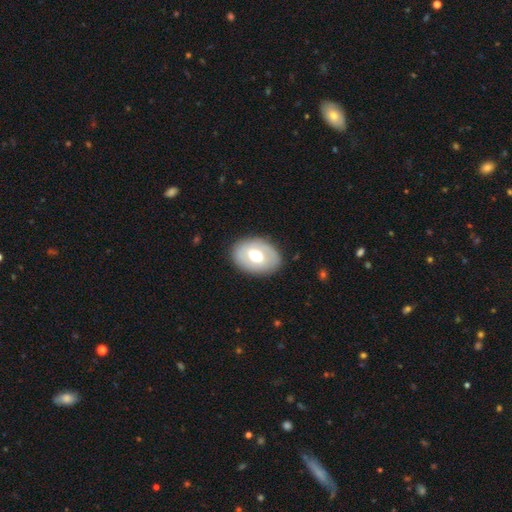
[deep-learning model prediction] Smooth or featured? smooth (56%)
How rounded? in between (75%)
Merging? none (84%)